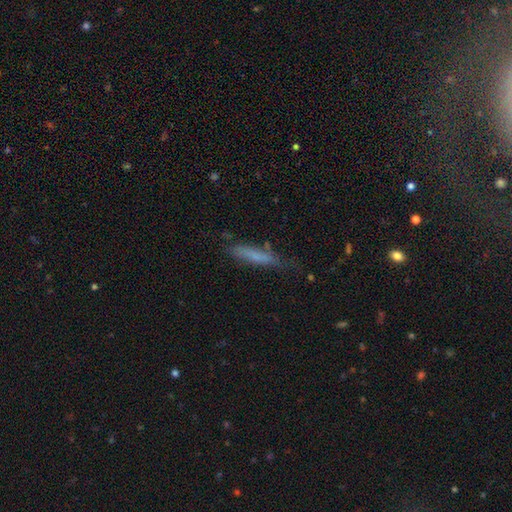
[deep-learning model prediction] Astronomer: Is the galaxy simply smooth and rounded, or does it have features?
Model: smooth — 68%.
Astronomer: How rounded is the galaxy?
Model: cigar-shaped — 88%.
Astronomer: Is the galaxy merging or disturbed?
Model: none — 64%.